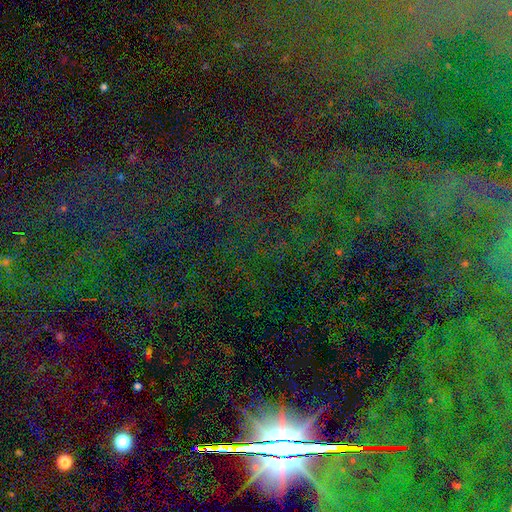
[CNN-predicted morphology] A star or artifact, not a galaxy (81%).